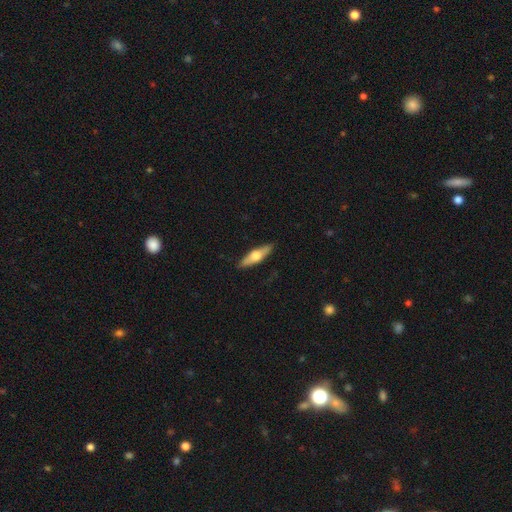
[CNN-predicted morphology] type=featured or disk (51%); edge-on=yes (92%); merging=none (89%).